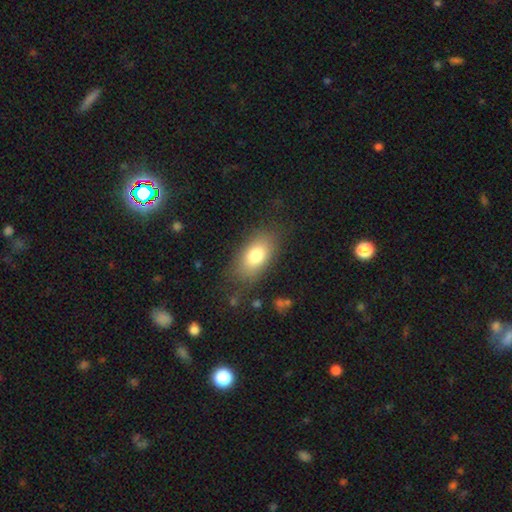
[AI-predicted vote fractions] Smooth or featured: smooth — 78% (featured or disk — 14%)
How rounded: in between — 89% (round — 7%)
Merging: none — 77% (minor disturbance — 15%)